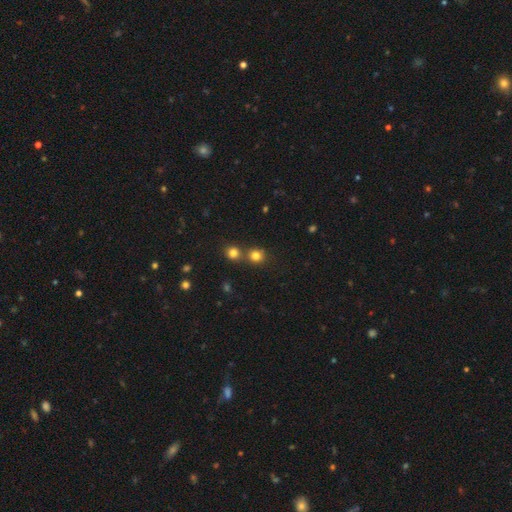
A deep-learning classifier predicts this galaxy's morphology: Overall: smooth (80%). How rounded: round (87%). Merging: none (61%; merger 29%).